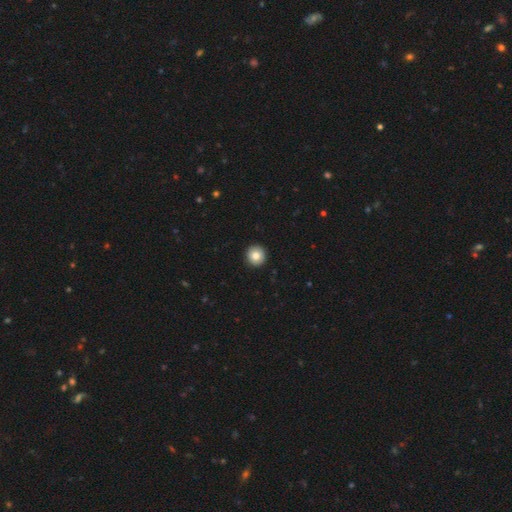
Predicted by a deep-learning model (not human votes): Smooth or featured? Predicted: smooth (p=0.82). How rounded? Predicted: round (p=0.95). Merging? Predicted: none (p=0.93).